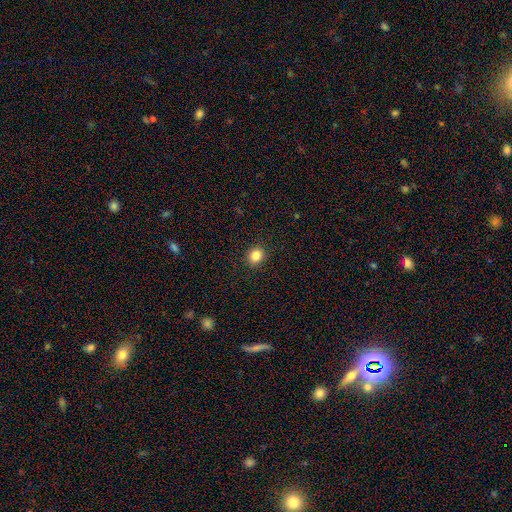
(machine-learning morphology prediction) A smooth galaxy with no disk features (84%) that is round (78%). Merging: none (91%).